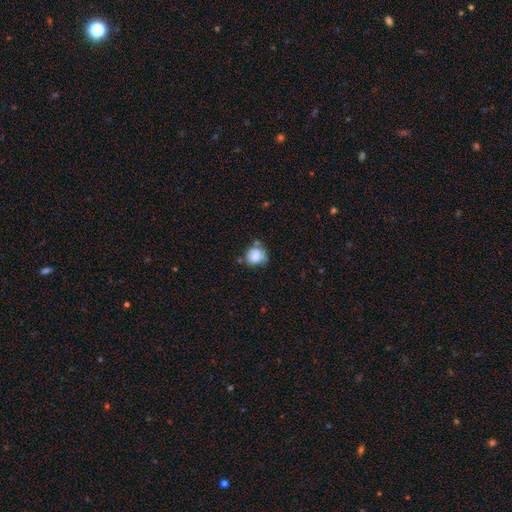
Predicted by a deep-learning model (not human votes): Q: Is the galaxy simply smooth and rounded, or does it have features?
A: smooth — 76%.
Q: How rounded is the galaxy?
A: round — 74%.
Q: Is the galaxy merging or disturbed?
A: none — 51%.